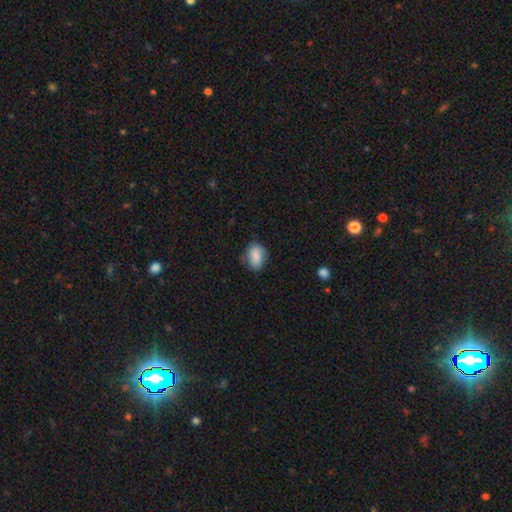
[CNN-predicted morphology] A smooth galaxy with no disk features (83%) that is in between round and cigar-shaped (77%). Merging: none (69%).